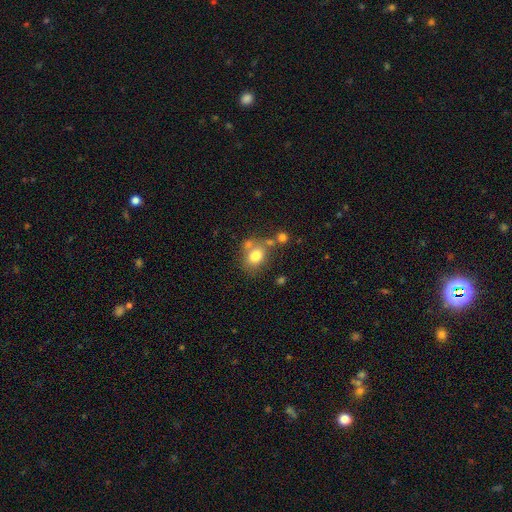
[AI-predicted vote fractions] smooth-or-featured: smooth: 77% | featured or disk: 12% | star or artifact: 11%
  how-rounded: in between: 52% | round: 46% | cigar-shaped: 1%
  merging: none: 54% | merger: 23% | minor disturbance: 16% | major disturbance: 7%